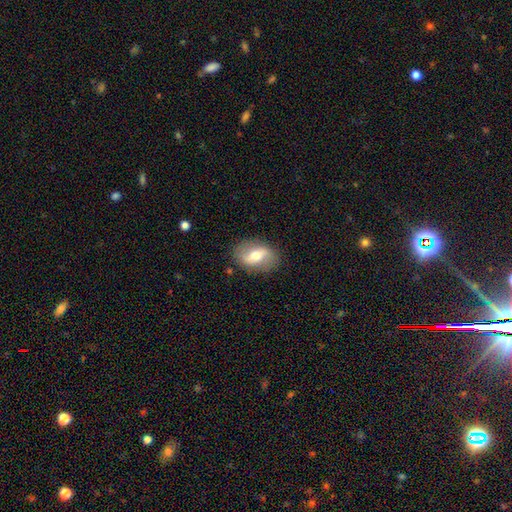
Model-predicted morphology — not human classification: featured or disk 58%, smooth 35%, star or artifact 7%. Down the decision tree: edge-on disk — no (92%); bar — weak (39%, tied with strong); spiral arms — yes (62%); bulge size — moderate (70%); merging — none (85%).